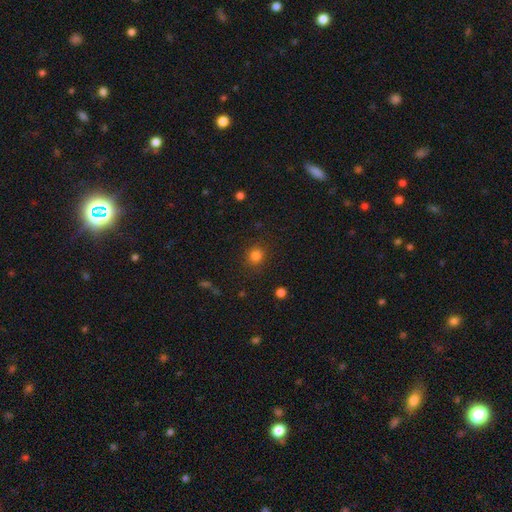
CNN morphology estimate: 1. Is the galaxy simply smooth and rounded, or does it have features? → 81% smooth, 14% star or artifact, 5% featured or disk.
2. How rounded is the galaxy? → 89% round, 10% in between, 1% cigar-shaped.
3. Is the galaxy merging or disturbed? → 88% none, 7% minor disturbance, 3% major disturbance, 1% merger.